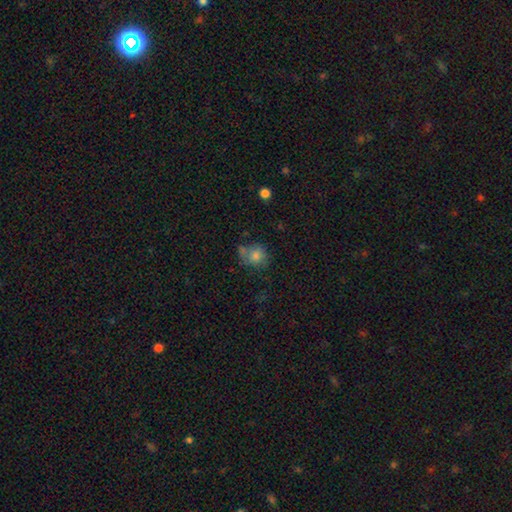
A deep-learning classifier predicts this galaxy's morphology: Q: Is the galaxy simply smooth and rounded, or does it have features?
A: smooth — 74%.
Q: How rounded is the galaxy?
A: round — 72%.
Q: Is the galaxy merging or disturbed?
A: none — 50%.